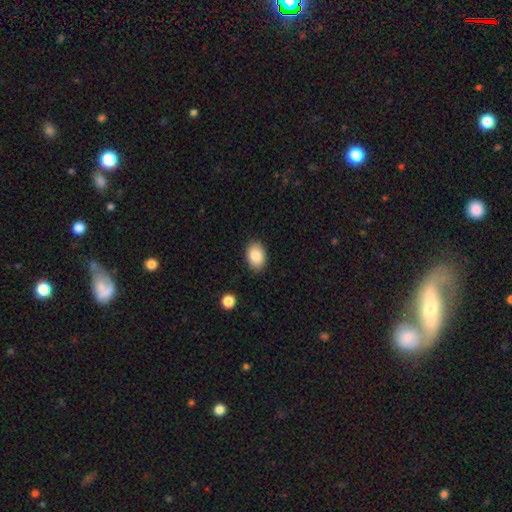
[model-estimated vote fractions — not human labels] smooth_or_featured: smooth (p=0.87) [alt: star or artifact p=0.07]
how_rounded: in between (p=0.83) [alt: round p=0.15]
merging: none (p=0.86) [alt: minor disturbance p=0.10]